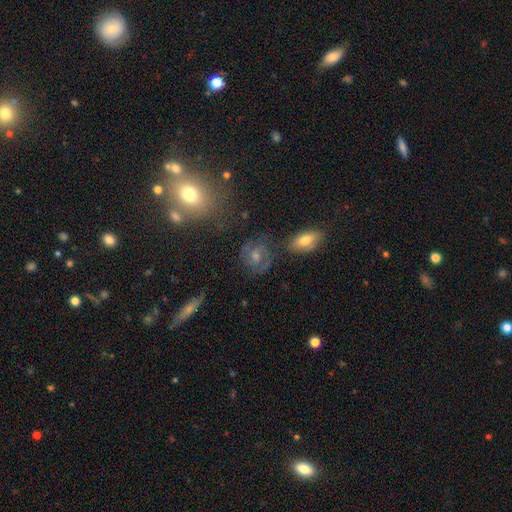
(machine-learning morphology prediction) A featured or disk galaxy (55%) with no bar (55%), spiral arms (78%) and a moderate central bulge (48%). Merging: none (72%).